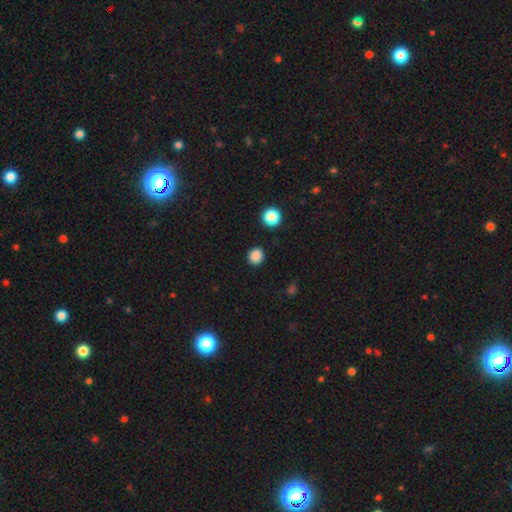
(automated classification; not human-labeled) Morphology: type=smooth (86%); roundness=round (85%); merging=none (90%).